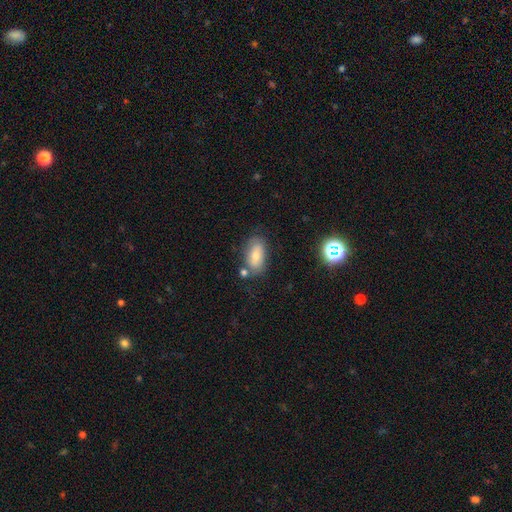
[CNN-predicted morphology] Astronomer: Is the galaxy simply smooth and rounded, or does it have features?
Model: smooth — 73%.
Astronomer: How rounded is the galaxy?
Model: in between — 91%.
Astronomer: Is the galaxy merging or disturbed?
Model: none — 67%.